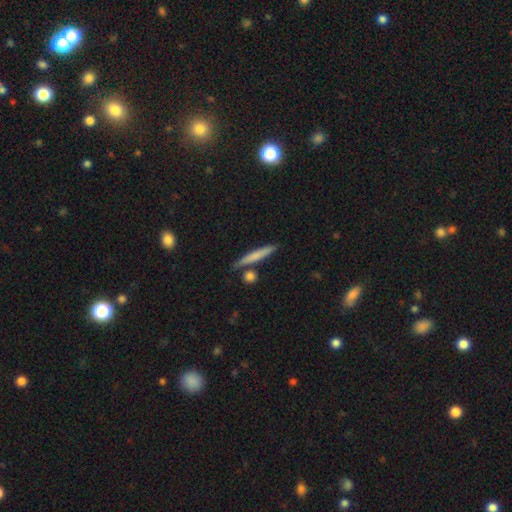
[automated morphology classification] smooth 67%, featured or disk 27%, star or artifact 6%. Down the decision tree: how rounded — cigar-shaped (92%); merging — none (78%).